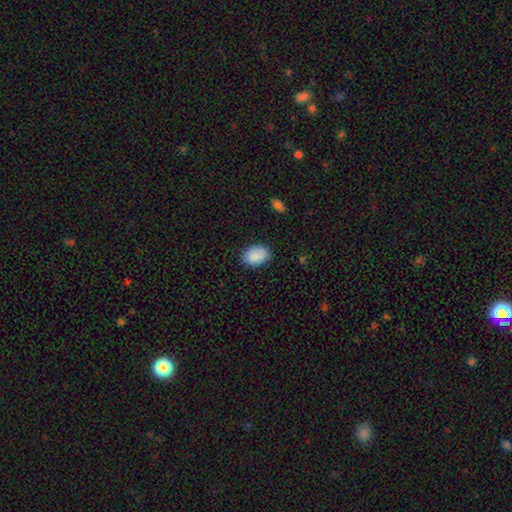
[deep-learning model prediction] This appears to be a smooth galaxy with no disk features (90%) that is in between round and cigar-shaped (81%). Merging: none (83%).